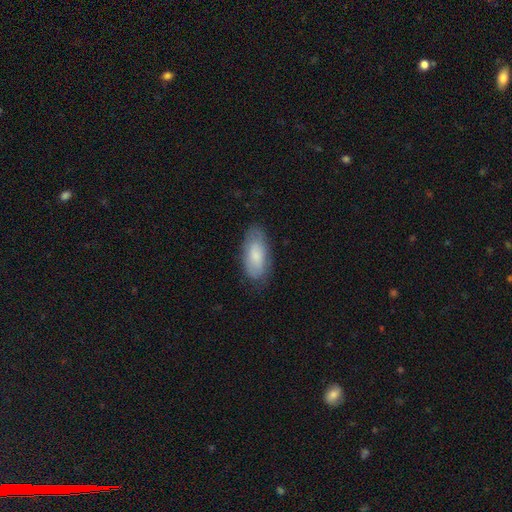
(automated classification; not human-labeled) Smooth or featured? Predicted: smooth (p=0.74). How rounded? Predicted: in between (p=0.89). Merging? Predicted: none (p=0.75).